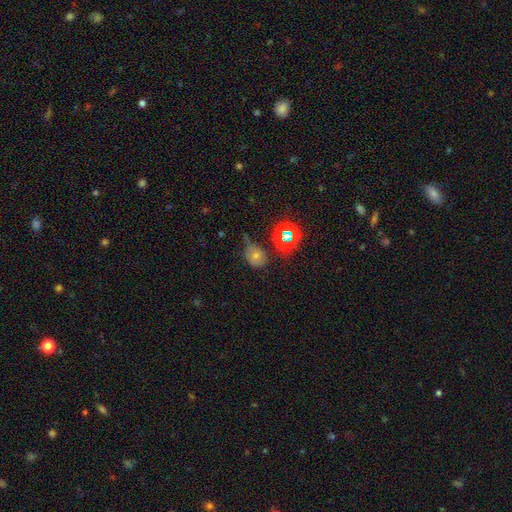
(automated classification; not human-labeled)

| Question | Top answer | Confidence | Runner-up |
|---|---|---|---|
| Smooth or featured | smooth | 60% | star or artifact (26%) |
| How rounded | round | 54% | in between (44%) |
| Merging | none | 50% | minor disturbance (31%) |